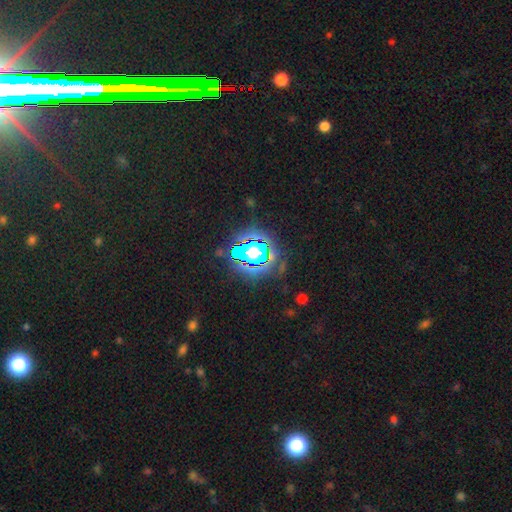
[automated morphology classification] Q: Smooth or featured?
A: star or artifact (63%); runner-up: smooth (23%)